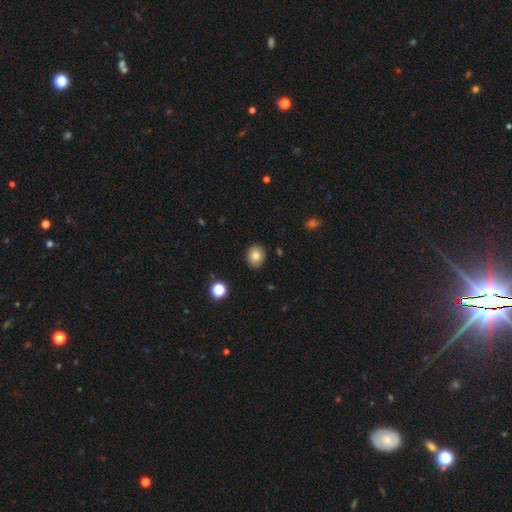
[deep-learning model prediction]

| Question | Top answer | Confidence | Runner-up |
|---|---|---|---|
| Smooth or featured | smooth | 82% | star or artifact (10%) |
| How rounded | round | 62% | in between (37%) |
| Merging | none | 88% | minor disturbance (9%) |